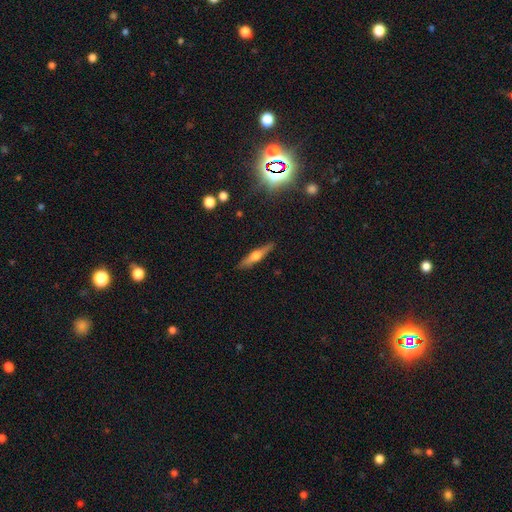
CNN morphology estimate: type=featured or disk (56%); edge-on=yes (95%); edge-on bulge=rounded (90%); merging=none (89%).